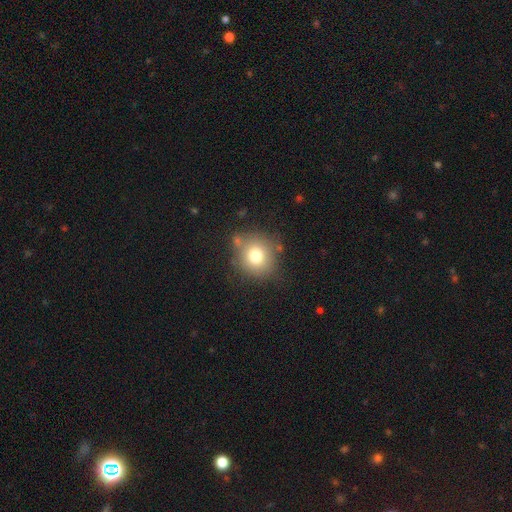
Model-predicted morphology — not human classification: Smooth or featured?
  - smooth: 76% *
  - star or artifact: 12%
  - featured or disk: 12%
How rounded?
  - round: 84% *
  - in between: 15%
  - cigar-shaped: 1%
Merging?
  - none: 76% *
  - minor disturbance: 14%
  - merger: 5%
  - major disturbance: 5%